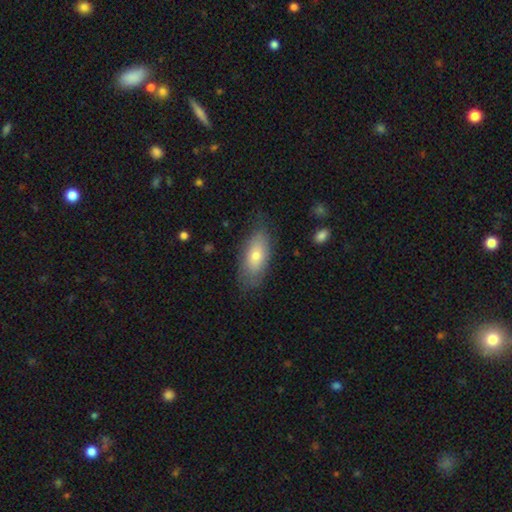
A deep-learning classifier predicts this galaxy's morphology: This is likely a smooth galaxy (70%). How rounded: clearly in between (85%). Merging: likely none (75%).